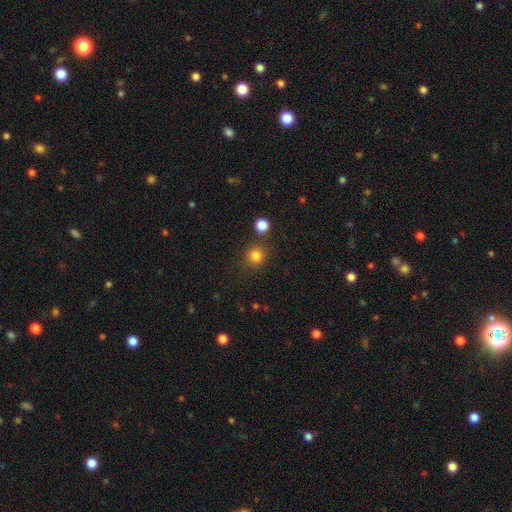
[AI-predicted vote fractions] Overall: smooth (82%). How rounded: round (89%). Merging: none (82%).